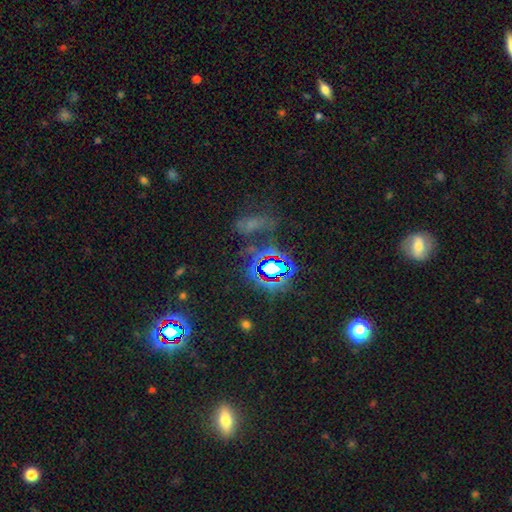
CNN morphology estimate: Overall: star or artifact (69%).